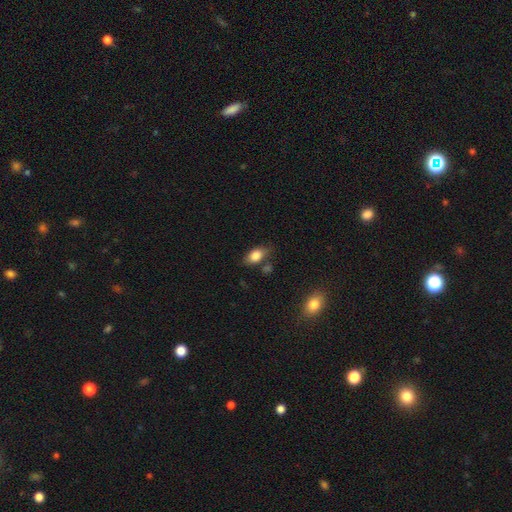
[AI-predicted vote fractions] Smooth or featured?
  - smooth: 82% *
  - featured or disk: 10%
  - star or artifact: 8%
How rounded?
  - in between: 87% *
  - round: 9%
  - cigar-shaped: 4%
Merging?
  - none: 70% *
  - minor disturbance: 18%
  - merger: 8%
  - major disturbance: 4%